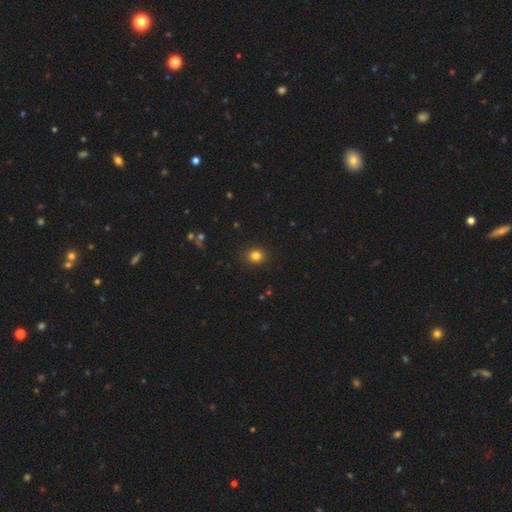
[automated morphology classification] The model was most divided on "how rounded": round: 79%, in between: 20%, cigar-shaped: 1%. More confident: merging — none (90%); smooth or featured — smooth (82%).